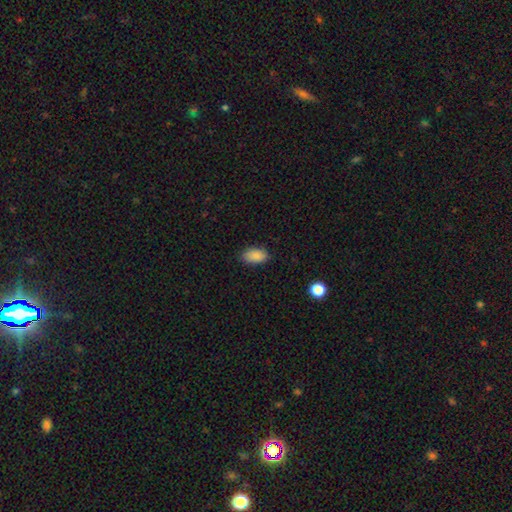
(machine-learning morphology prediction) Smooth or featured? Predicted: smooth (p=0.88). How rounded? Predicted: in between (p=0.92). Merging? Predicted: none (p=0.84).